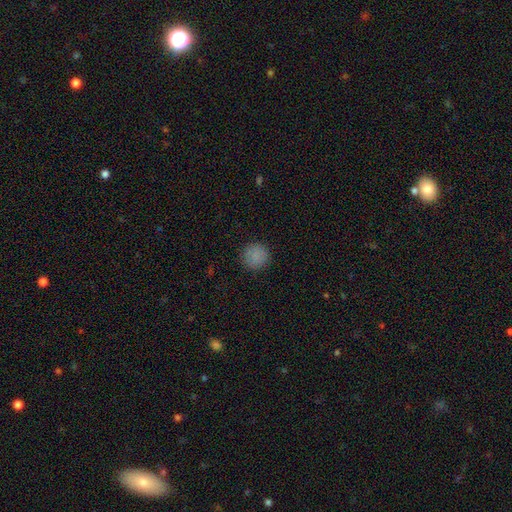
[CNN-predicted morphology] type=smooth (86%); roundness=round (95%); merging=none (90%).